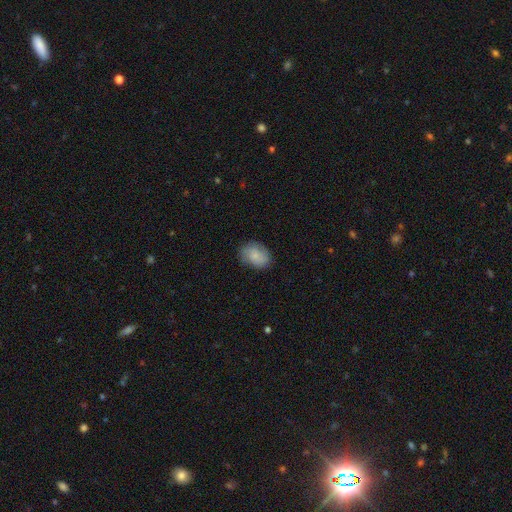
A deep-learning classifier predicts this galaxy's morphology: Q: Smooth or featured?
A: smooth (69%); runner-up: featured or disk (23%)
Q: How rounded?
A: in between (67%); runner-up: round (32%)
Q: Merging?
A: none (77%); runner-up: minor disturbance (17%)